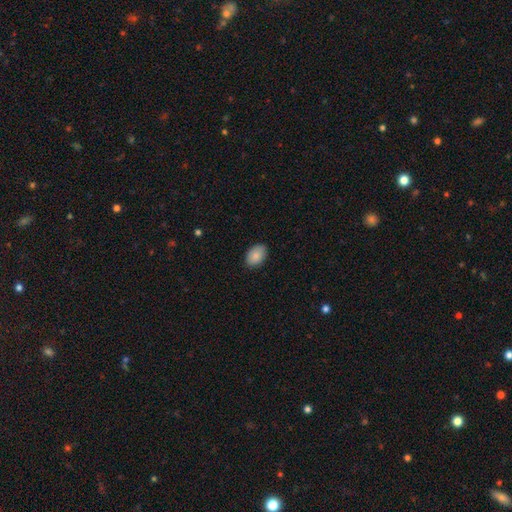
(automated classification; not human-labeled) The model was most divided on "merging": none: 87%, minor disturbance: 10%, major disturbance: 2%, merger: 1%. More confident: how rounded — in between (88%); smooth or featured — smooth (87%).